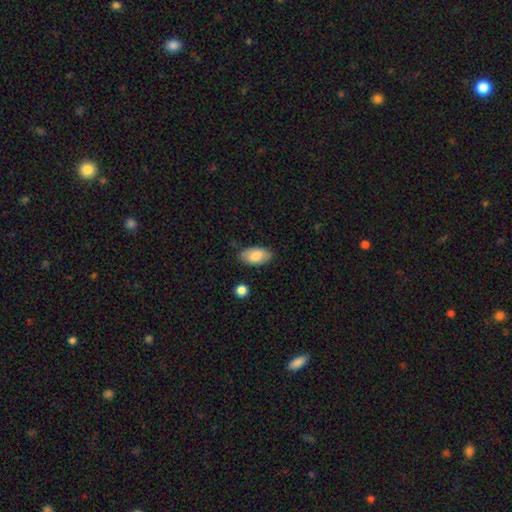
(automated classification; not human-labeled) smooth 81%, featured or disk 13%, star or artifact 6%. Down the decision tree: how rounded — in between (94%); merging — none (82%).